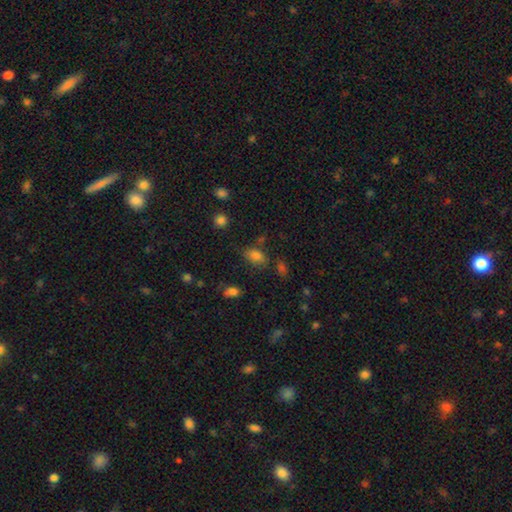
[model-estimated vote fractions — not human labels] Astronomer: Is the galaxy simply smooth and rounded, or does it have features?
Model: smooth — 79%.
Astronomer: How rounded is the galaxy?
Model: in between — 86%.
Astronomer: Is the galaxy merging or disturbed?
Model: none — 65%.